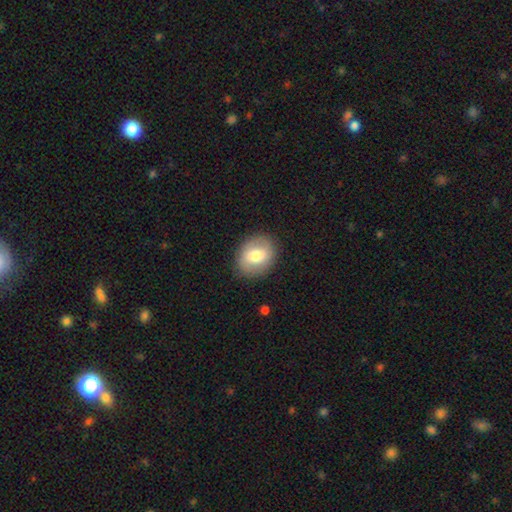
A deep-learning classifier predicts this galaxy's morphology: Q: Smooth or featured?
A: smooth (67%); runner-up: featured or disk (25%)
Q: How rounded?
A: in between (53%); runner-up: round (46%)
Q: Merging?
A: none (85%); runner-up: minor disturbance (10%)